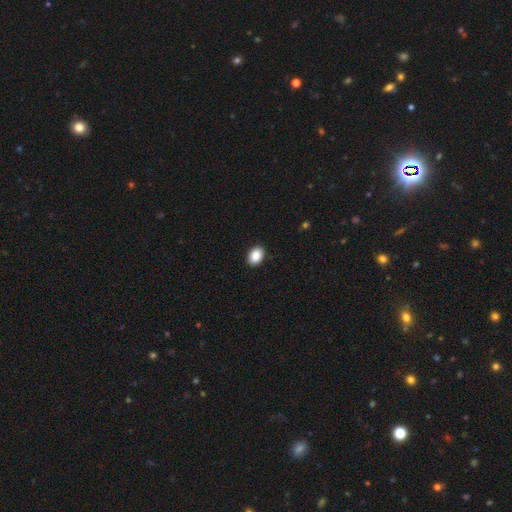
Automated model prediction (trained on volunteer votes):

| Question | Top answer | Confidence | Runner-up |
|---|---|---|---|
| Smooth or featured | smooth | 88% | star or artifact (8%) |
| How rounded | in between | 74% | round (25%) |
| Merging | none | 91% | minor disturbance (6%) |